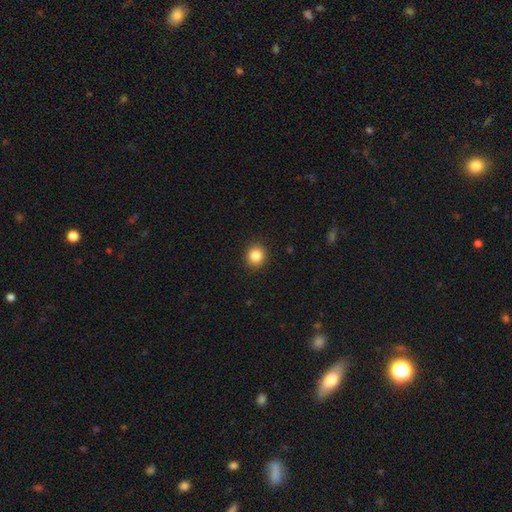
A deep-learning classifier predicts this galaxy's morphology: Smooth or featured?
  - smooth: 85% *
  - star or artifact: 10%
  - featured or disk: 5%
How rounded?
  - round: 85% *
  - in between: 14%
  - cigar-shaped: 1%
Merging?
  - none: 91% *
  - minor disturbance: 6%
  - major disturbance: 2%
  - merger: 1%